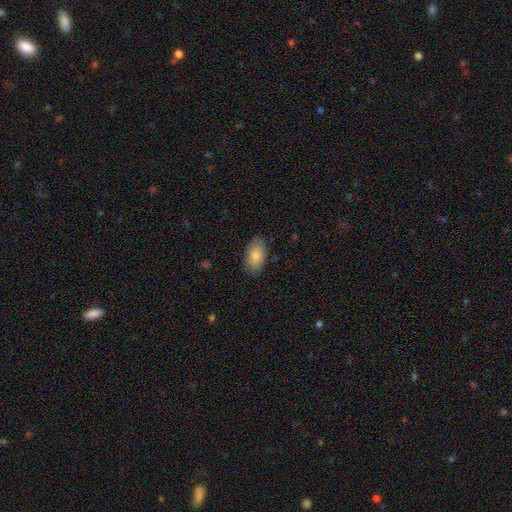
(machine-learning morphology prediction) This appears to be a smooth galaxy with no disk features (82%) that is in between round and cigar-shaped (94%). Merging: none (85%).